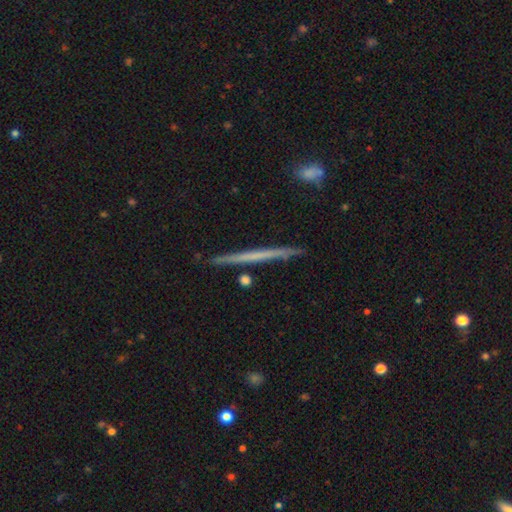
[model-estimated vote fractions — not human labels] Smooth or featured? featured or disk (53%)
Edge-on disk? yes (98%)
Edge-on bulge? none (91%)
Merging? none (91%)